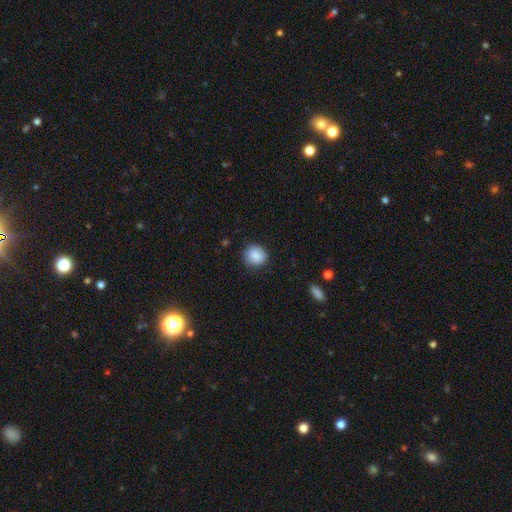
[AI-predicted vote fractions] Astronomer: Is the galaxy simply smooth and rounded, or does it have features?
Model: smooth — 87%.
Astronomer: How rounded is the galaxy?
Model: round — 89%.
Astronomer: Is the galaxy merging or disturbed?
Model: none — 86%.